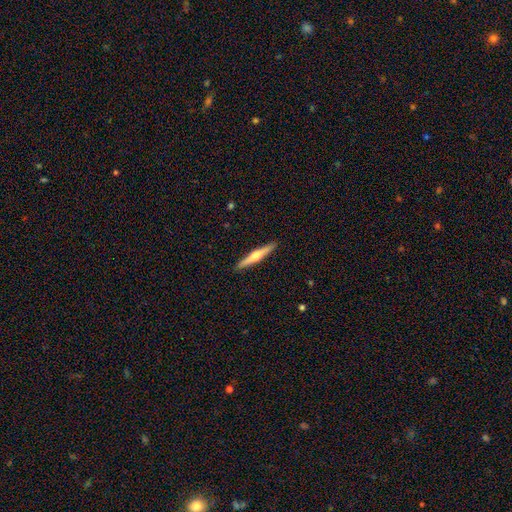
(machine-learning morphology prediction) A featured or disk galaxy (64%) viewed edge-on (98%) with a rounded central bulge (90%).

Vote fractions:
- Smooth or featured? featured or disk: 64% / smooth: 31% / star or artifact: 5%
- Edge-on disk? yes: 98% / no: 2%
- Edge-on bulge? rounded: 90% / none: 5% / boxy: 5%
- Merging? none: 92% / minor disturbance: 6% / major disturbance: 1% / merger: 1%